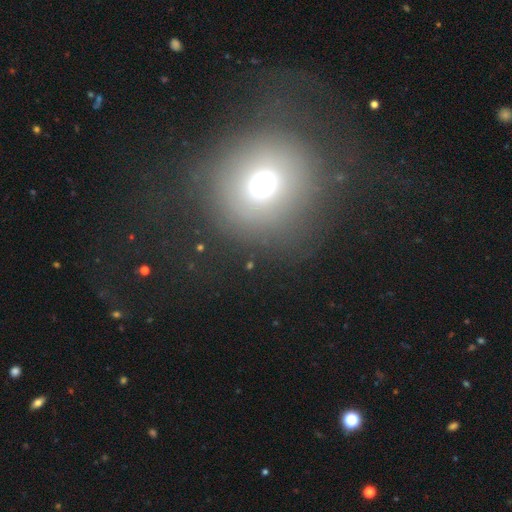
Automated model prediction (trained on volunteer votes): This appears to be a smooth galaxy with no disk features (61%) that is round (92%). Merging: none (68%).